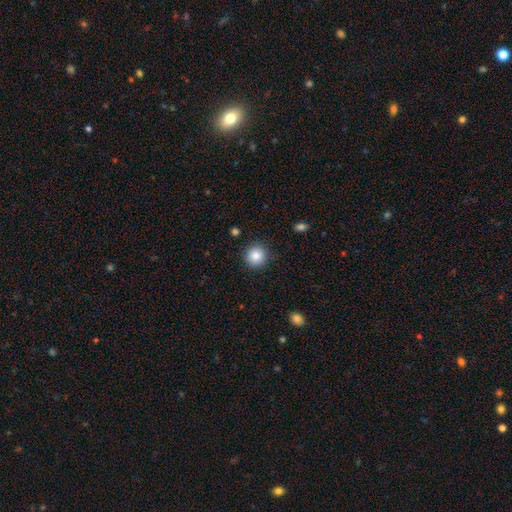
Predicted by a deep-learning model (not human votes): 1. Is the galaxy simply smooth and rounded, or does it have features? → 85% smooth, 9% star or artifact, 6% featured or disk.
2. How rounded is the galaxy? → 94% round, 5% in between, 1% cigar-shaped.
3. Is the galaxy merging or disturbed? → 90% none, 7% minor disturbance, 2% major disturbance, 1% merger.